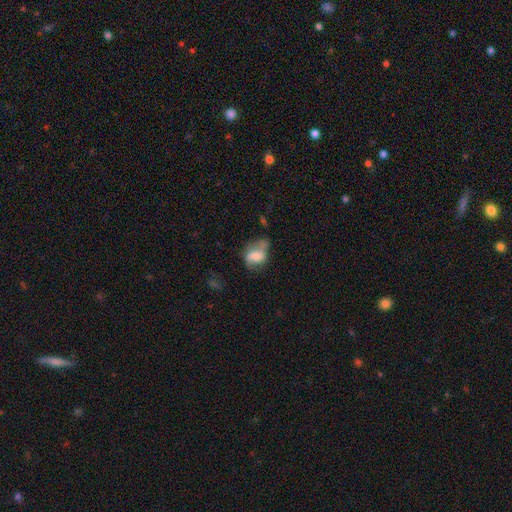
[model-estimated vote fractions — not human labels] This appears to be a smooth galaxy with no disk features (57%) that is in between round and cigar-shaped (68%). Merging: none (33%).